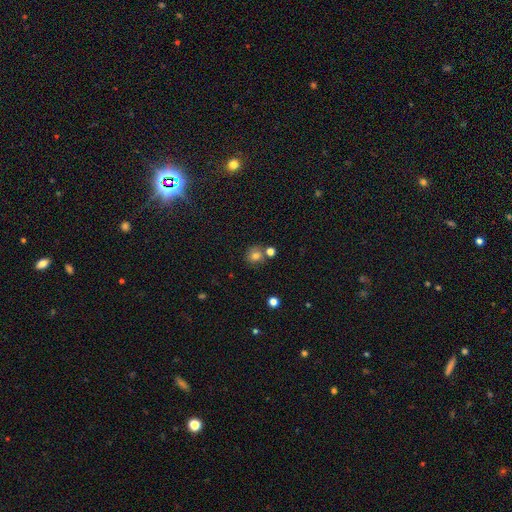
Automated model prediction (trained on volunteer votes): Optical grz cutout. It shows a smooth galaxy with no disk features (77%) that is round (87%). Merging: none (70%).